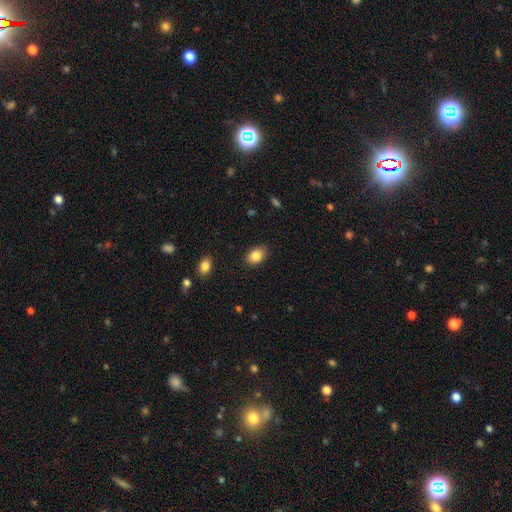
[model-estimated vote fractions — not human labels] Smooth or featured?
  - smooth: 86% *
  - star or artifact: 8%
  - featured or disk: 6%
How rounded?
  - in between: 81% *
  - round: 18%
  - cigar-shaped: 1%
Merging?
  - none: 86% *
  - minor disturbance: 10%
  - major disturbance: 2%
  - merger: 1%